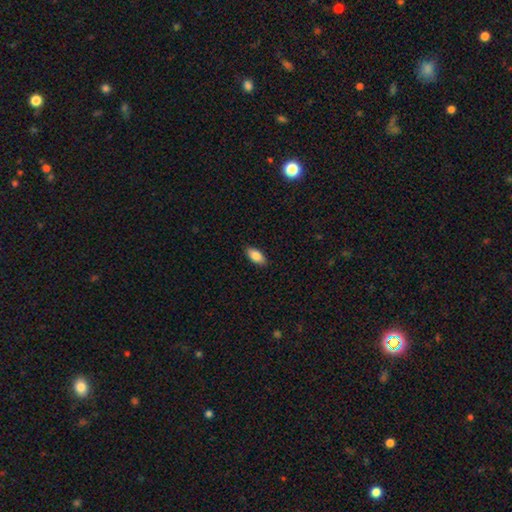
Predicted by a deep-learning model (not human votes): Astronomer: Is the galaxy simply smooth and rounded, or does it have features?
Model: smooth — 87%.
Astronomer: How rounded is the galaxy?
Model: in between — 91%.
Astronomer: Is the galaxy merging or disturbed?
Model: none — 88%.